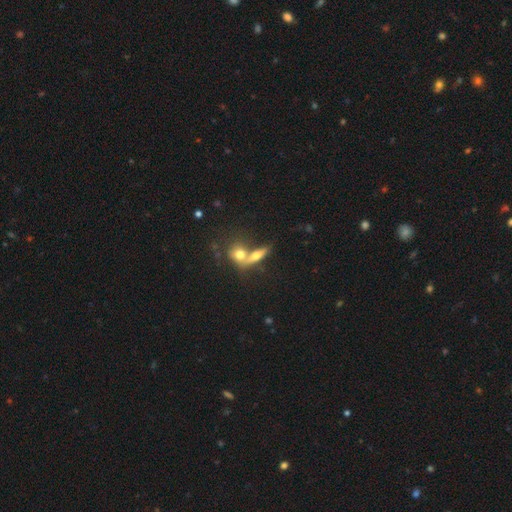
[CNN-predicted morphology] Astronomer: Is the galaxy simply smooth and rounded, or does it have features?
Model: smooth — 56% (runner-up: featured or disk, 34%).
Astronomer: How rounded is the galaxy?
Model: in between — 49% (runner-up: cigar-shaped, 33%).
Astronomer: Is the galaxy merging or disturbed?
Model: merger — 51% (runner-up: none, 35%).